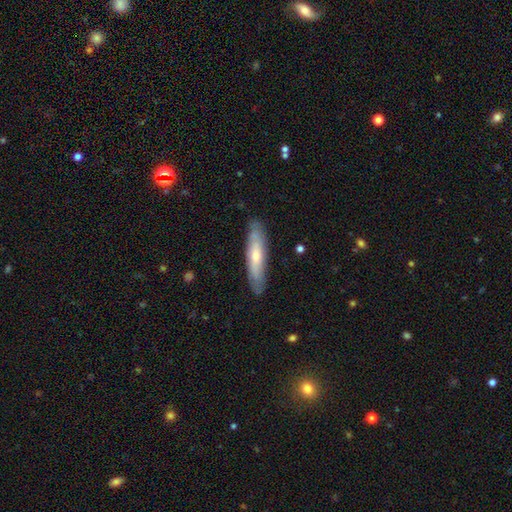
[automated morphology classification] Smooth or featured? Predicted: smooth (p=0.54). How rounded? Predicted: cigar-shaped (p=0.82). Merging? Predicted: none (p=0.84).